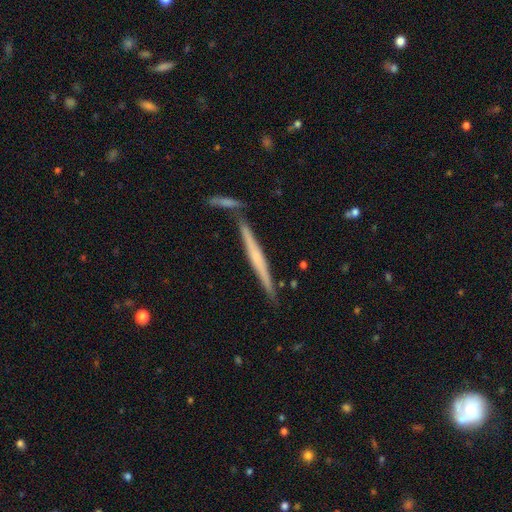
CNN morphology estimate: Smooth or featured?
  - featured or disk: 60% *
  - smooth: 34%
  - star or artifact: 6%
Edge-on disk?
  - yes: 97% *
  - no: 3%
Edge-on bulge?
  - none: 53% *
  - rounded: 35%
  - boxy: 11%
Merging?
  - none: 77% *
  - merger: 11%
  - minor disturbance: 10%
  - major disturbance: 2%